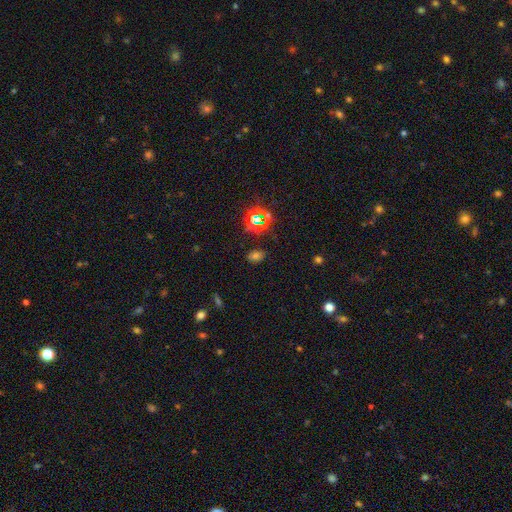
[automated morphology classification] This is possibly a smooth galaxy (54%). How rounded: likely in between (76%). Merging: clearly none (82%).